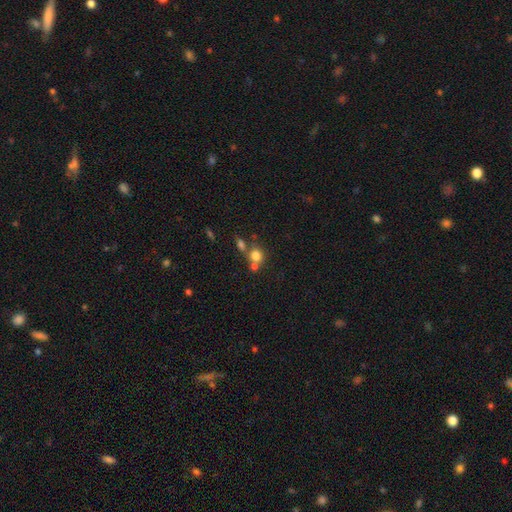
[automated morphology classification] The model was most divided on "merging": none: 48%, merger: 39%, minor disturbance: 9%, major disturbance: 5%. More confident: how rounded — round (82%); smooth or featured — smooth (75%).